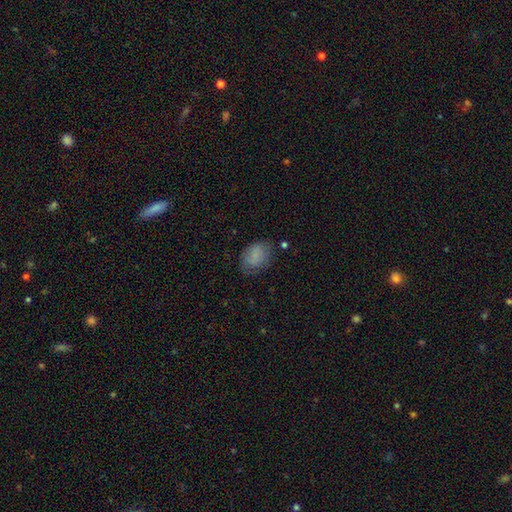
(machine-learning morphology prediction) Smooth or featured? Predicted: smooth (p=0.80). How rounded? Predicted: in between (p=0.74). Merging? Predicted: none (p=0.65).